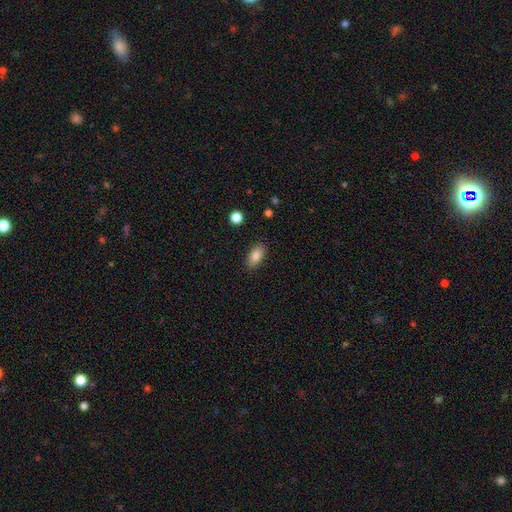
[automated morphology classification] Smooth or featured: smooth — 85% (star or artifact — 8%)
How rounded: in between — 90% (cigar-shaped — 5%)
Merging: none — 88% (minor disturbance — 9%)